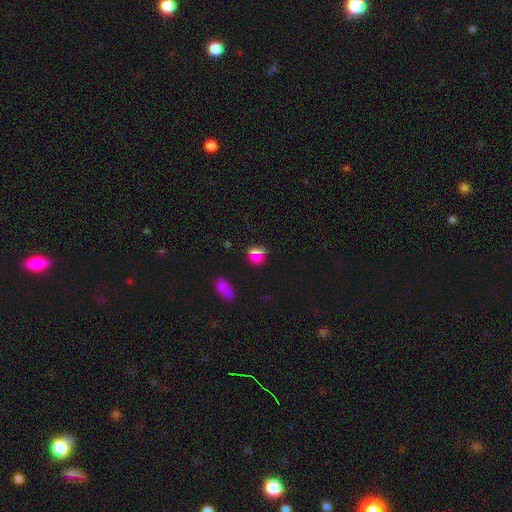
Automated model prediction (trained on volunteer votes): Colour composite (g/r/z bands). It shows a smooth galaxy with no disk features (58%) that is round (73%). Merging: none (82%).